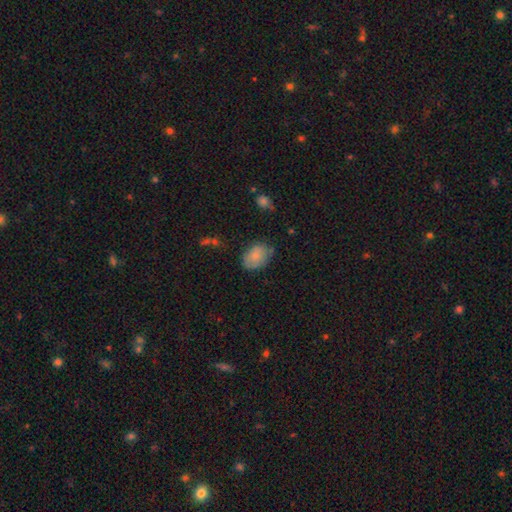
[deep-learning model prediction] This is clearly a smooth galaxy (80%). How rounded: likely in between (78%). Merging: likely none (66%).